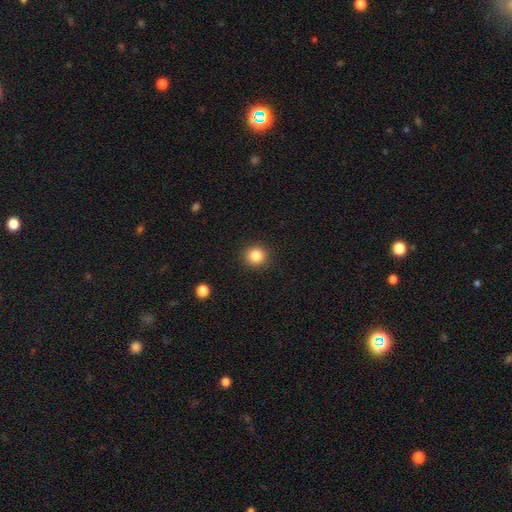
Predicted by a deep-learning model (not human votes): Morphology: type=smooth (84%); roundness=round (91%); merging=none (91%).